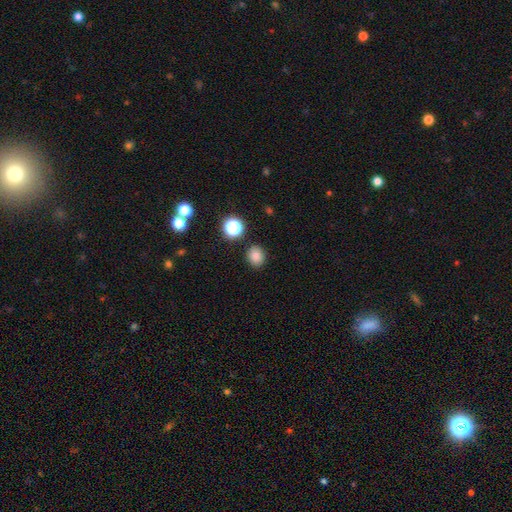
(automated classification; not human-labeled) Morphology: type=smooth (82%); roundness=round (65%); merging=none (87%).